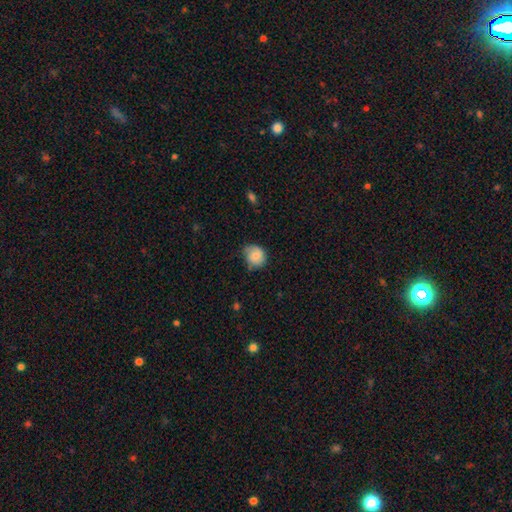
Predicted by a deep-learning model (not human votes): Q: Smooth or featured?
A: smooth (74%); runner-up: featured or disk (18%)
Q: How rounded?
A: round (75%); runner-up: in between (24%)
Q: Merging?
A: none (56%); runner-up: minor disturbance (34%)